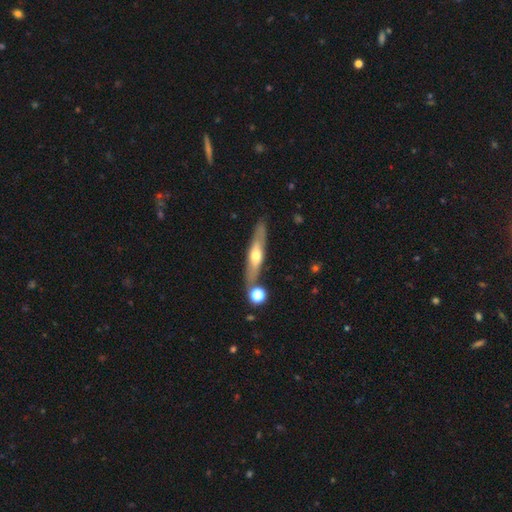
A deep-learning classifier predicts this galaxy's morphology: smooth-or-featured: featured or disk: 57% | smooth: 37% | star or artifact: 6%
  disk-edge-on: yes: 84% | no: 16%
  merging: none: 78% | minor disturbance: 12% | merger: 8% | major disturbance: 3%